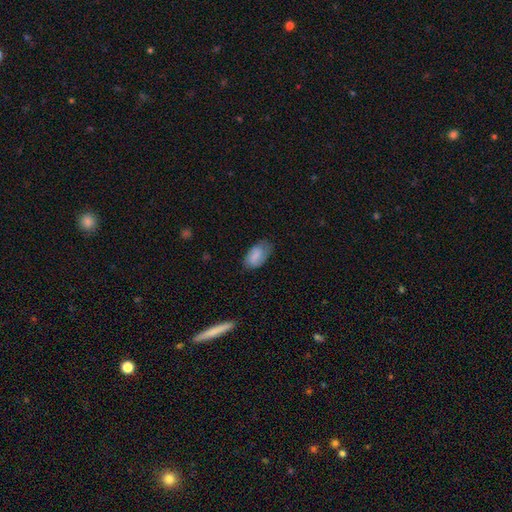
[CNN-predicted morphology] A smooth galaxy with no disk features (81%) that is in between round and cigar-shaped (93%). Merging: none (63%).